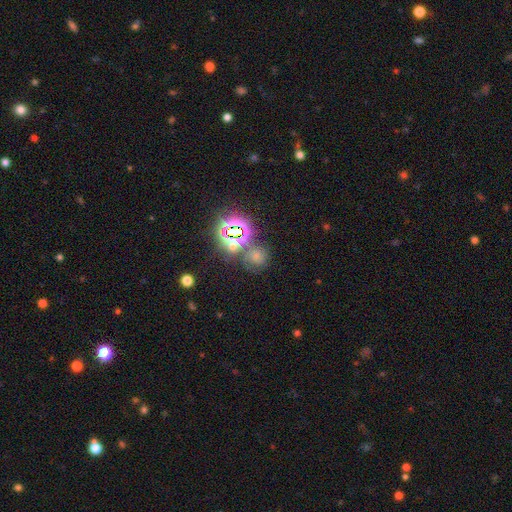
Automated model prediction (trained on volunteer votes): Q: Smooth or featured?
A: smooth (44%); runner-up: star or artifact (42%)
Q: Merging?
A: none (62%); runner-up: minor disturbance (15%)